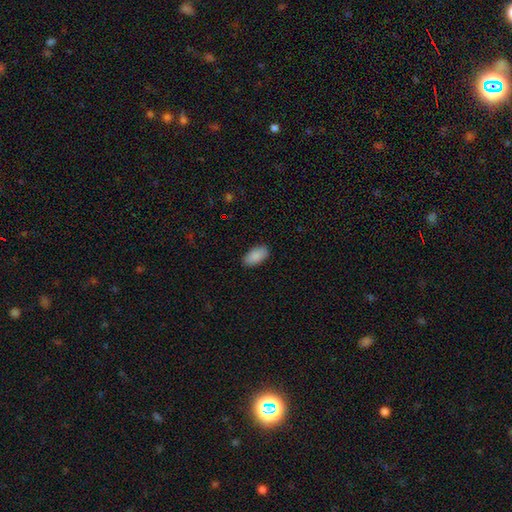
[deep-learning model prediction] Smooth or featured?
  - smooth: 89% *
  - star or artifact: 7%
  - featured or disk: 4%
How rounded?
  - in between: 94% *
  - cigar-shaped: 3%
  - round: 2%
Merging?
  - none: 88% *
  - minor disturbance: 9%
  - major disturbance: 2%
  - merger: 1%